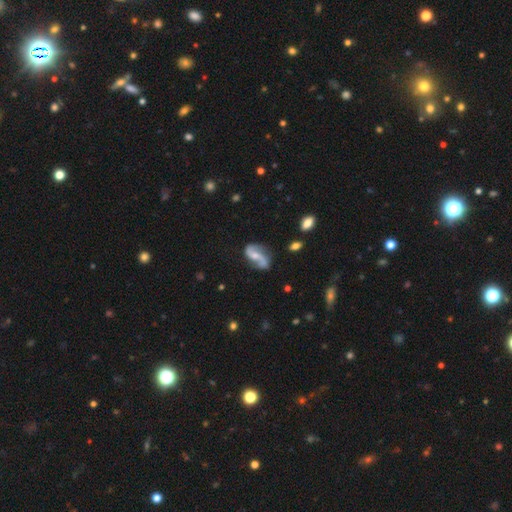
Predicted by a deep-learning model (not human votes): Q: Smooth or featured?
A: featured or disk (84%); runner-up: smooth (11%)
Q: Edge-on disk?
A: no (97%); runner-up: yes (3%)
Q: Bar?
A: no (48%); runner-up: weak (35%)
Q: Spiral arms?
A: yes (95%); runner-up: no (5%)
Q: Spiral winding?
A: loose (70%); runner-up: medium (23%)
Q: Spiral arm count?
A: 2 (92%); runner-up: 1 (3%)
Q: Bulge size?
A: small (44%); tied with: moderate (44%)
Q: Merging?
A: none (72%); runner-up: minor disturbance (18%)